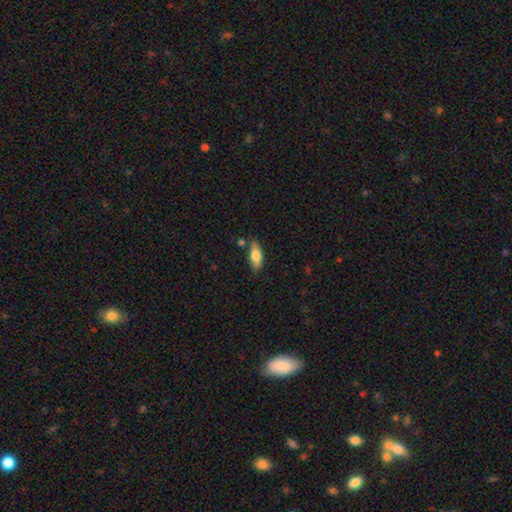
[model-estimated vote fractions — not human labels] The model was most divided on "smooth or featured": smooth: 69%, featured or disk: 25%, star or artifact: 6%. More confident: merging — none (76%); how rounded — in between (71%).